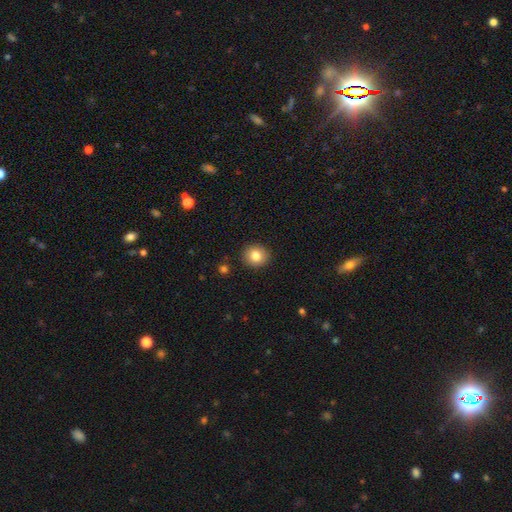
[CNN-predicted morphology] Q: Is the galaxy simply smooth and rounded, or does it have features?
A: smooth — 82%.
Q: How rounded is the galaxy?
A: round — 80%.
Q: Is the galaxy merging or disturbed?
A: none — 90%.